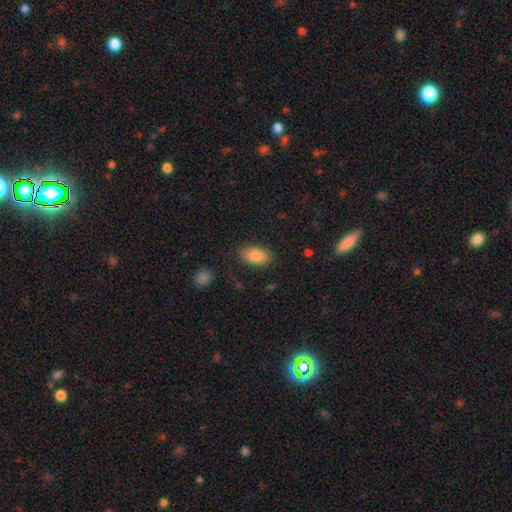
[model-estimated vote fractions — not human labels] The model was most divided on "merging": none: 82%, minor disturbance: 13%, major disturbance: 4%, merger: 2%. More confident: how rounded — in between (91%); smooth or featured — smooth (87%).